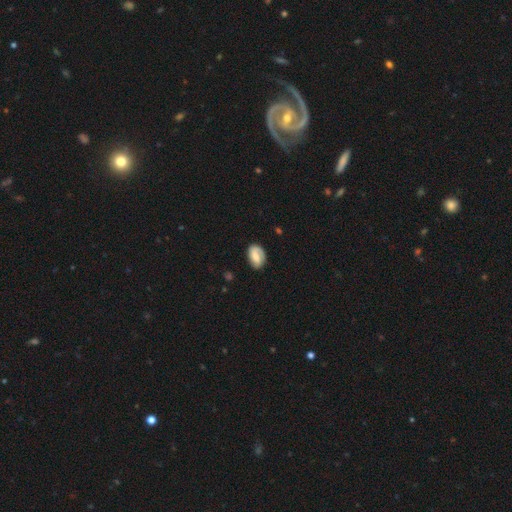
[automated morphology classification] This appears to be a smooth galaxy with no disk features (48%). Merging: none (70%).